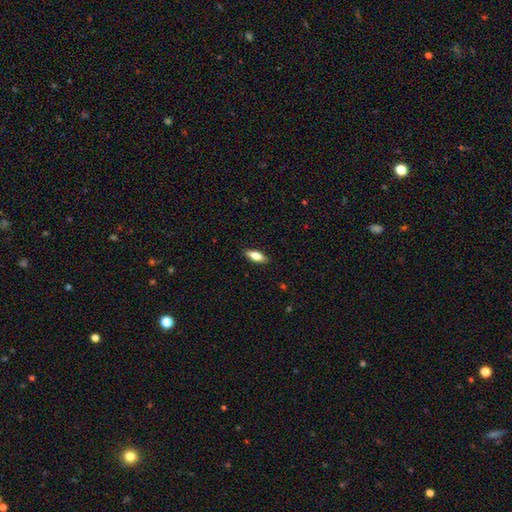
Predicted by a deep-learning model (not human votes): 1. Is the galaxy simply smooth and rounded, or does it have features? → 67% smooth, 26% featured or disk, 7% star or artifact.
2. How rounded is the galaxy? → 64% in between, 33% cigar-shaped, 3% round.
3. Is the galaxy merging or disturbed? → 88% none, 9% minor disturbance, 2% major disturbance, 1% merger.